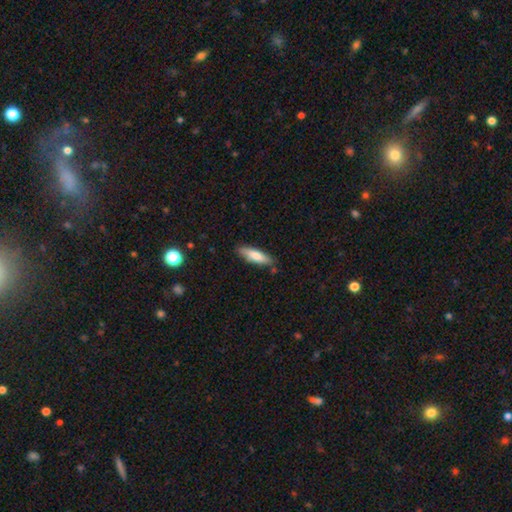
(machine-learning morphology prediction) Q: Smooth or featured?
A: smooth (74%); runner-up: featured or disk (20%)
Q: How rounded?
A: cigar-shaped (61%); runner-up: in between (38%)
Q: Merging?
A: none (81%); runner-up: minor disturbance (14%)